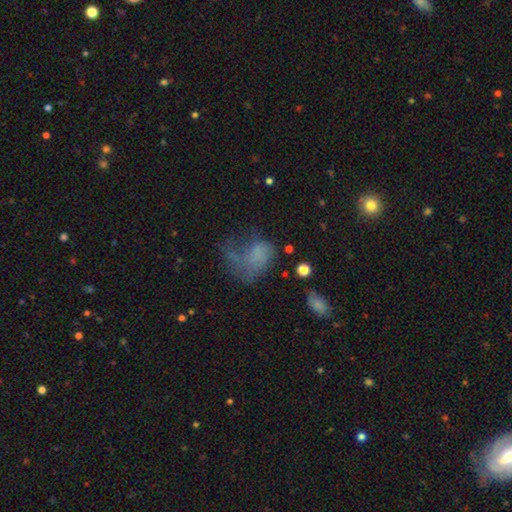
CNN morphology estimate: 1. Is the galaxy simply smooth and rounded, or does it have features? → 54% smooth, 31% featured or disk, 16% star or artifact.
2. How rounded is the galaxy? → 66% in between, 32% round, 2% cigar-shaped.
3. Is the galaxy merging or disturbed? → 53% major disturbance, 23% none, 18% minor disturbance, 6% merger.